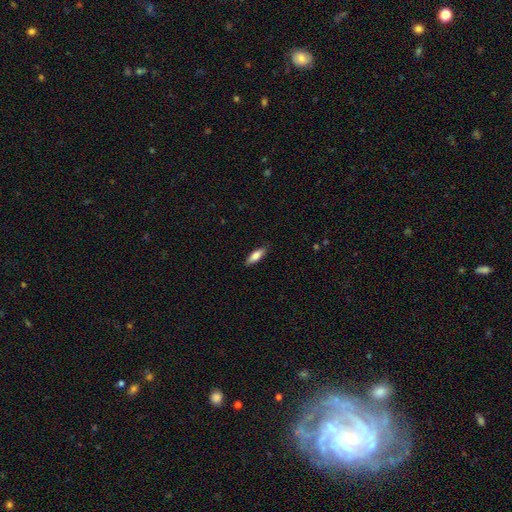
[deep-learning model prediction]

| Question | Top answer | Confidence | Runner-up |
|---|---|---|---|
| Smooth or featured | smooth | 77% | featured or disk (17%) |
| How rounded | in between | 55% | cigar-shaped (43%) |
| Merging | none | 87% | minor disturbance (10%) |